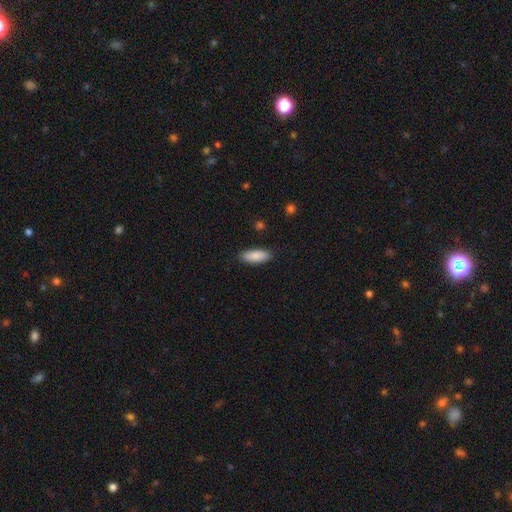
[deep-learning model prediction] This appears to be a smooth galaxy with no disk features (87%) that is in between round and cigar-shaped (76%). Merging: none (88%).